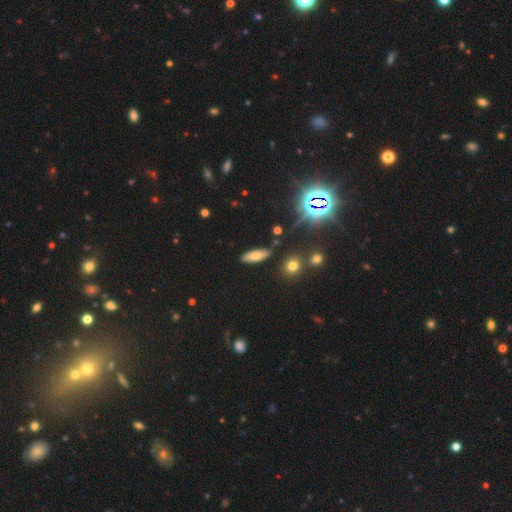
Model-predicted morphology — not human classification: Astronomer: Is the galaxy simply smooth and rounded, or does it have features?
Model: smooth — 69%.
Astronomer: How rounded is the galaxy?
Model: in between — 67%.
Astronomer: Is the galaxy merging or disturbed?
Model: none — 86%.